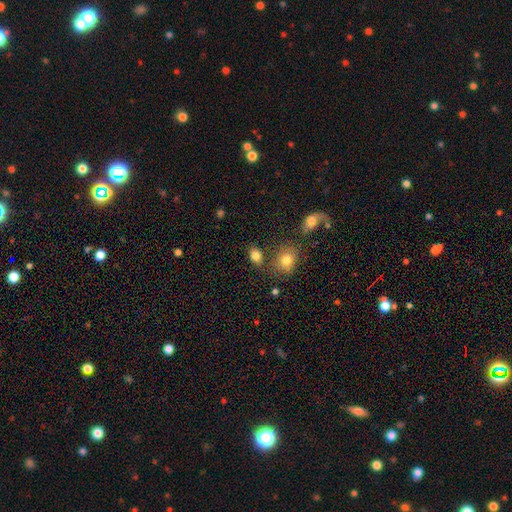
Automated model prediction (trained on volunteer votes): This appears to be a smooth galaxy with no disk features (83%) that is in between round and cigar-shaped (70%). Merging: none (72%).